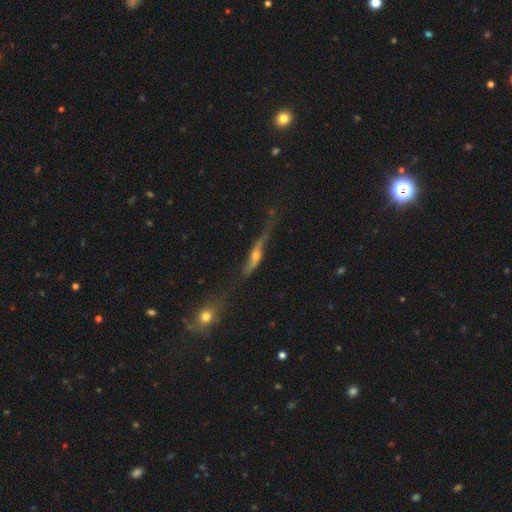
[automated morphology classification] Smooth or featured: featured or disk — 69% (smooth — 22%)
Edge-on disk: yes — 69% (no — 31%)
Merging: none — 42% (minor disturbance — 23%)